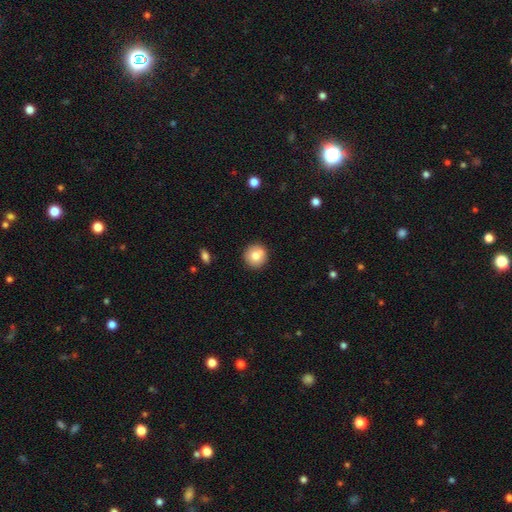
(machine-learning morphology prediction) smooth 77%, featured or disk 14%, star or artifact 9%. Down the decision tree: how rounded — round (93%); merging — none (77%).